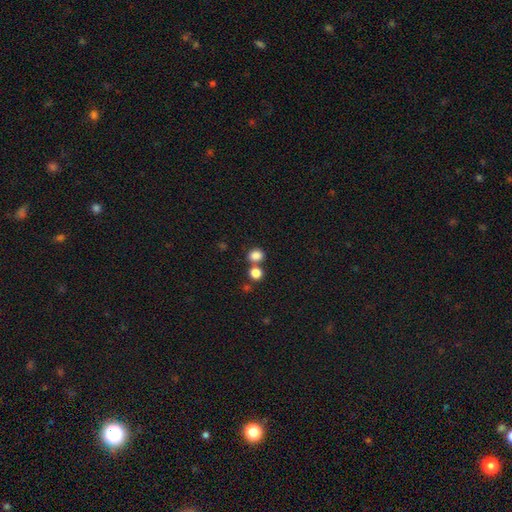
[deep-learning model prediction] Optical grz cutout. It shows a smooth galaxy with no disk features (83%) that is round (63%). Merging: none (60%).